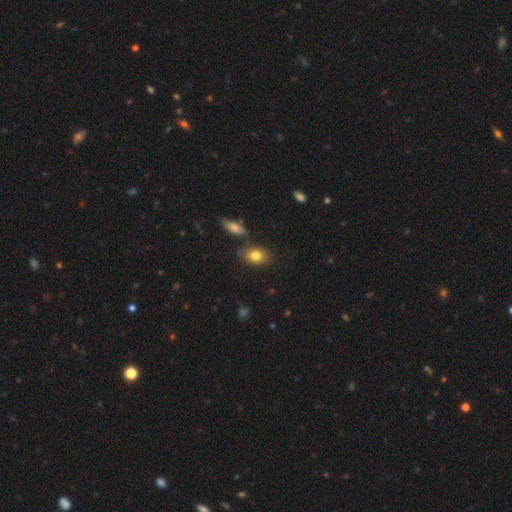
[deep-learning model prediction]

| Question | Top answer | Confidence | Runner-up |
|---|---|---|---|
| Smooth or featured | smooth | 81% | featured or disk (10%) |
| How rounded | in between | 74% | round (24%) |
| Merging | none | 77% | minor disturbance (13%) |